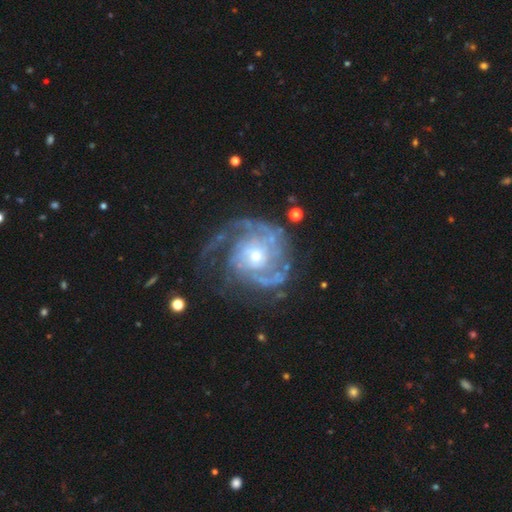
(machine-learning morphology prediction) Smooth or featured?
  - featured or disk: 90% *
  - star or artifact: 5%
  - smooth: 5%
Edge-on disk?
  - no: 98% *
  - yes: 2%
Bar?
  - no: 75% *
  - weak: 20%
  - strong: 5%
Spiral arms?
  - yes: 96% *
  - no: 4%
Spiral winding?
  - tight: 56% *
  - medium: 33%
  - loose: 10%
Spiral arm count?
  - 2: 34% *
  - can't tell: 22%
  - 3: 21%
  - 4: 9%
  - 1: 8%
  - more than 4: 7%
Bulge size?
  - small: 50% *
  - moderate: 43%
  - large: 4%
  - none: 1%
  - dominant: 1%
Merging?
  - none: 62% *
  - major disturbance: 18%
  - minor disturbance: 18%
  - merger: 2%